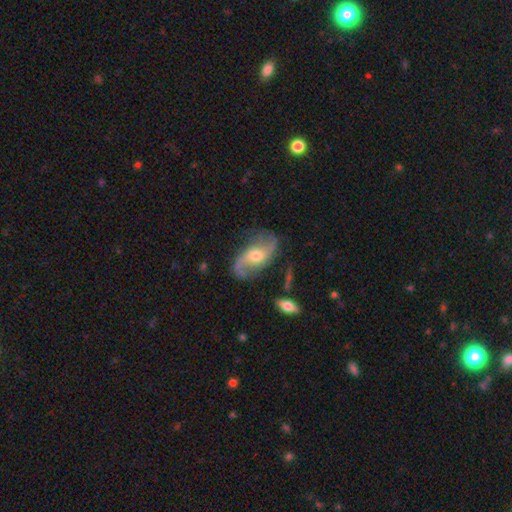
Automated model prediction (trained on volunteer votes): Morphology: type=featured or disk (86%); edge-on=no (96%); bar=no (48%); spiral arms=yes (96%); winding=loose (71%); arm count=2 (92%); bulge=moderate (66%); merging=none (77%).